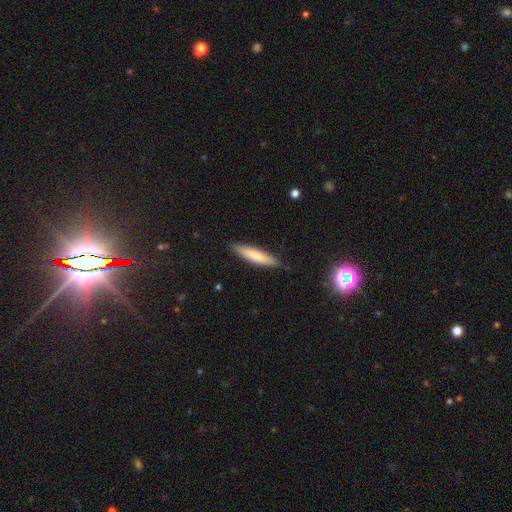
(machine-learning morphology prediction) Overall: smooth (76%). How rounded: cigar-shaped (83%). Merging: none (87%).